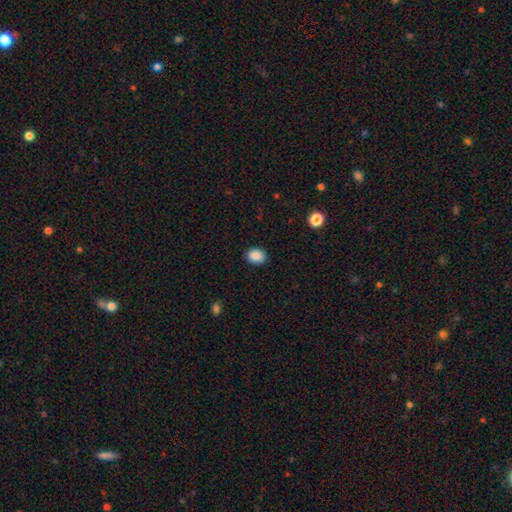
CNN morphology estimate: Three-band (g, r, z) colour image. It shows a smooth galaxy with no disk features (89%) that is in between round and cigar-shaped (59%). Merging: none (89%).